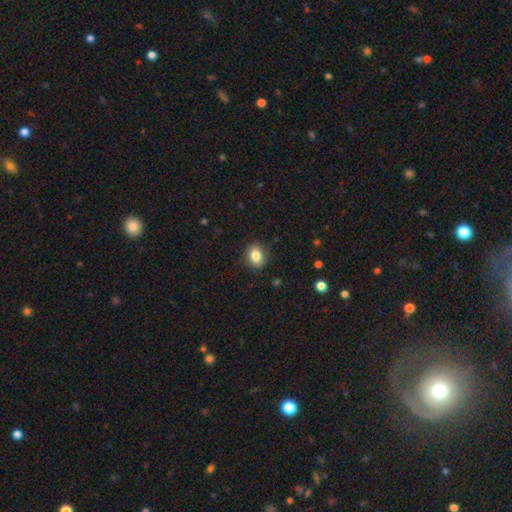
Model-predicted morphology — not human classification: Overall: smooth (84%). How rounded: in between (50%; round 49%). Merging: none (86%).